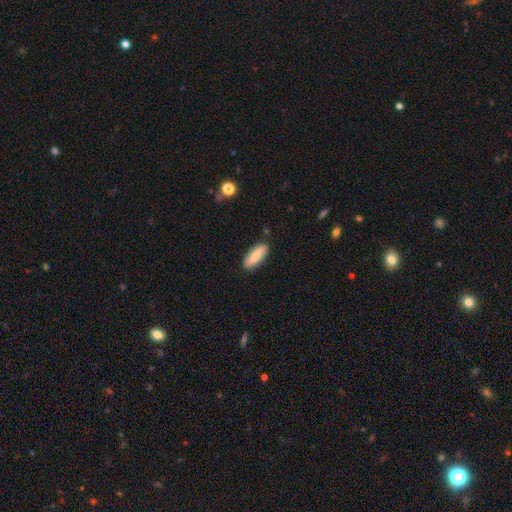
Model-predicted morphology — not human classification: A smooth galaxy with no disk features (74%) that is in between round and cigar-shaped (62%).

Vote fractions:
- Smooth or featured? smooth: 74% / featured or disk: 20% / star or artifact: 6%
- How rounded? in between: 62% / cigar-shaped: 35% / round: 2%
- Merging? none: 87% / minor disturbance: 10% / major disturbance: 2% / merger: 1%